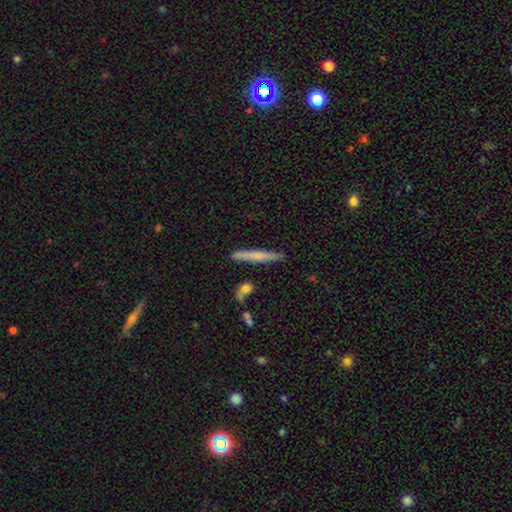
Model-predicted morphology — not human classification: smooth-or-featured: smooth: 55% | featured or disk: 39% | star or artifact: 6%
  how-rounded: cigar-shaped: 95% | in between: 3% | round: 2%
  merging: none: 88% | minor disturbance: 8% | merger: 3% | major disturbance: 2%